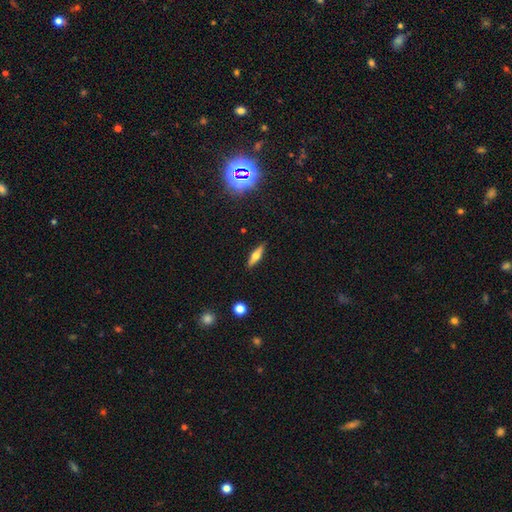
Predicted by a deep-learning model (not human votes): Overall: smooth (48%; featured or disk 44%). Merging: none (89%).